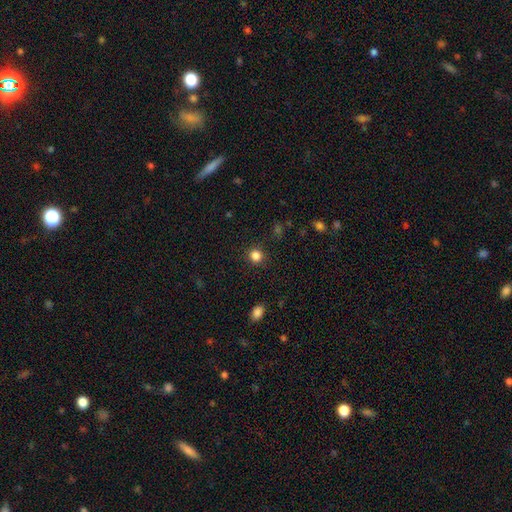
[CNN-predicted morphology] smooth-or-featured: smooth: 84% | star or artifact: 13% | featured or disk: 4%
  how-rounded: round: 89% | in between: 10% | cigar-shaped: 1%
  merging: none: 90% | minor disturbance: 6% | major disturbance: 2% | merger: 1%